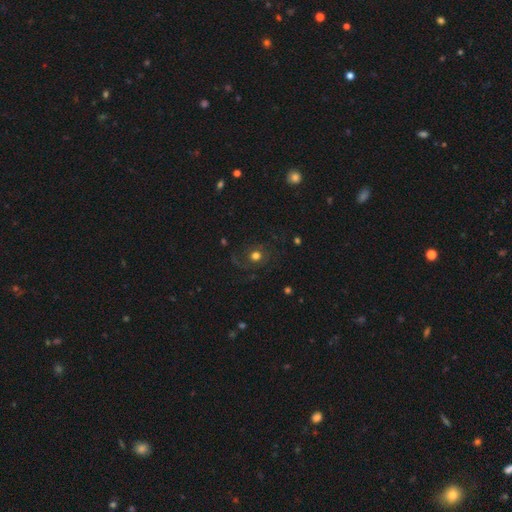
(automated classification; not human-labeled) Smooth or featured: featured or disk — 43% (smooth — 40%)
Merging: none — 69% (major disturbance — 15%)